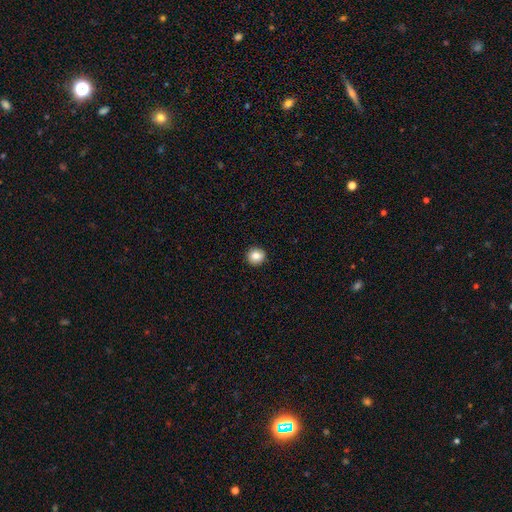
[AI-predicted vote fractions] Q: Smooth or featured?
A: smooth (84%); runner-up: star or artifact (9%)
Q: How rounded?
A: round (91%); runner-up: in between (8%)
Q: Merging?
A: none (92%); runner-up: minor disturbance (6%)